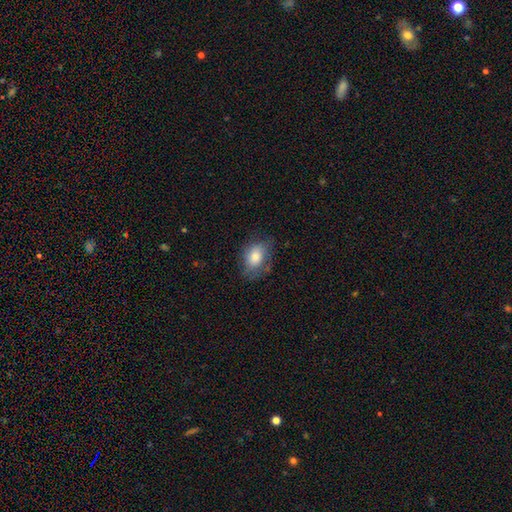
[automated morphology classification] Smooth or featured: smooth — 72% (featured or disk — 20%)
How rounded: in between — 77% (round — 22%)
Merging: none — 64% (minor disturbance — 25%)